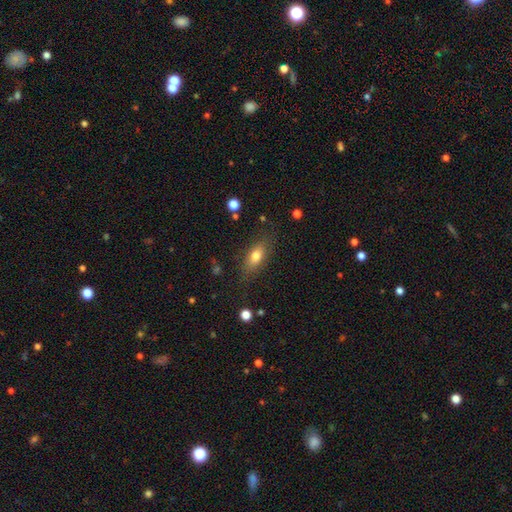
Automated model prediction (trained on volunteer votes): Smooth or featured? smooth (75%)
How rounded? in between (79%)
Merging? none (78%)